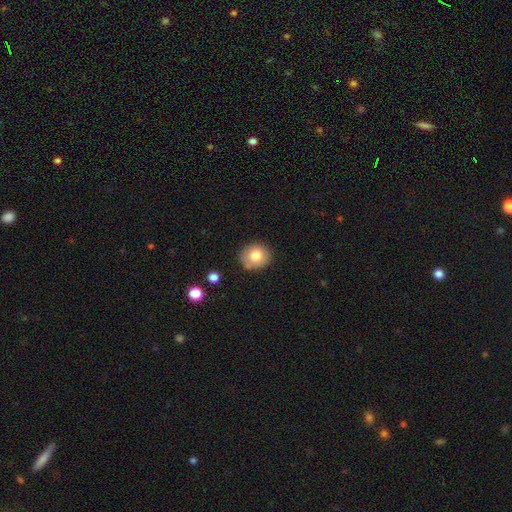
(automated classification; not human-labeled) Smooth or featured? Predicted: smooth (p=0.79). How rounded? Predicted: round (p=0.79). Merging? Predicted: none (p=0.81).